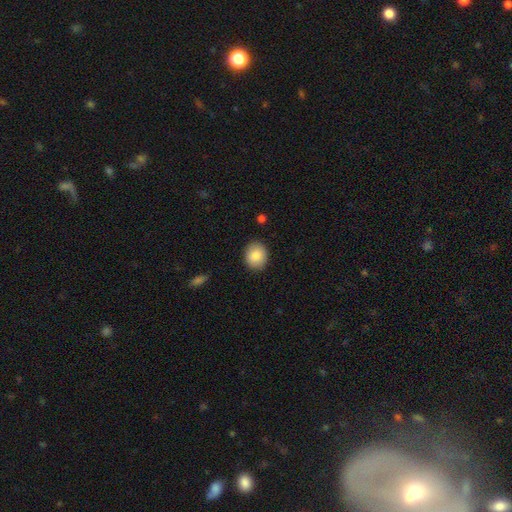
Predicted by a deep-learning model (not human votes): smooth_or_featured: smooth (p=0.85) [alt: featured or disk p=0.08]
how_rounded: round (p=0.64) [alt: in between p=0.35]
merging: none (p=0.89) [alt: minor disturbance p=0.08]